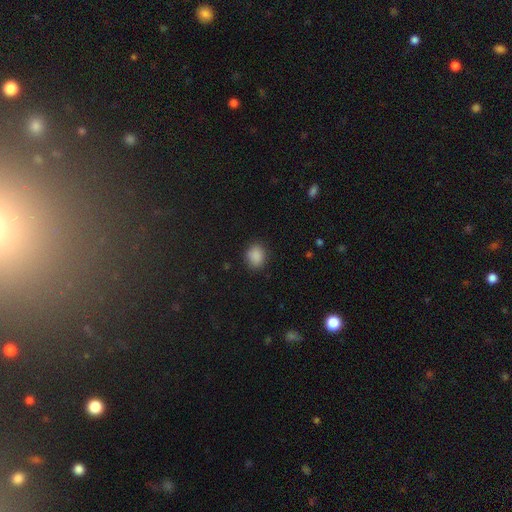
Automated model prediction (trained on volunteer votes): smooth 87%, star or artifact 10%, featured or disk 3%. Down the decision tree: how rounded — round (58%); merging — none (84%).